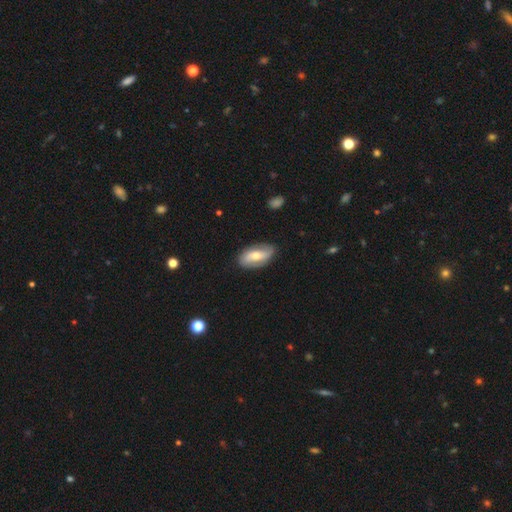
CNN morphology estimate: Smooth or featured?
  - featured or disk: 52% *
  - smooth: 42%
  - star or artifact: 6%
Edge-on disk?
  - no: 89% *
  - yes: 11%
Merging?
  - none: 79% *
  - minor disturbance: 16%
  - major disturbance: 4%
  - merger: 1%